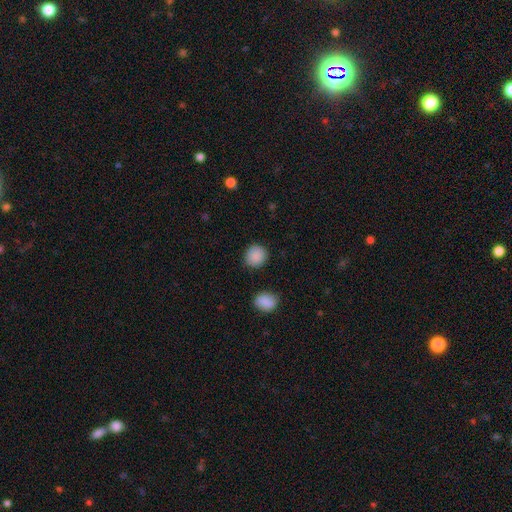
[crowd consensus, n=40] Smooth or featured? smooth (90%)
How rounded? round (92%)
Merging? none (82%)